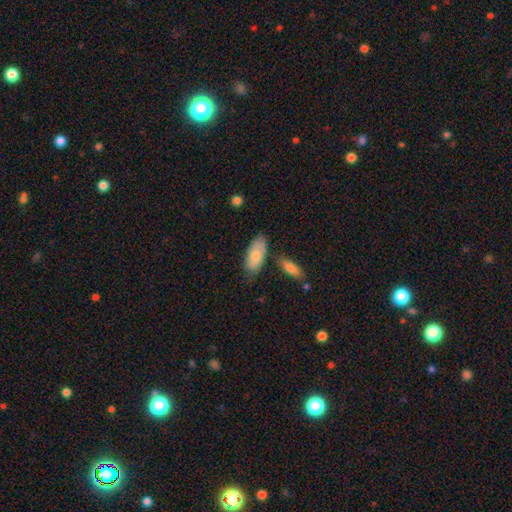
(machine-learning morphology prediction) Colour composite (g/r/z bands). It shows a smooth galaxy with no disk features (77%) that is in between round and cigar-shaped (88%). Merging: none (66%).